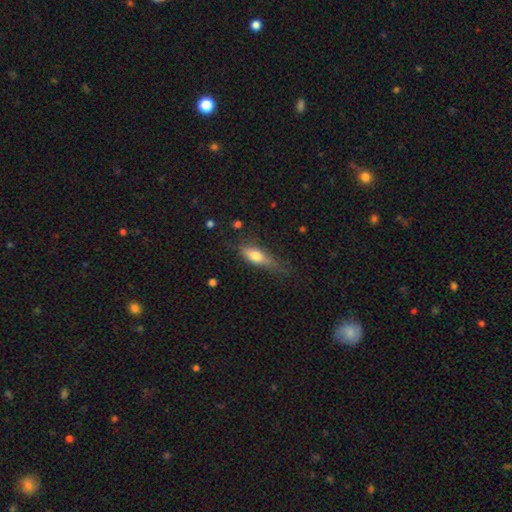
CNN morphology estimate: Smooth or featured?
  - smooth: 68% *
  - featured or disk: 24%
  - star or artifact: 7%
How rounded?
  - in between: 59% *
  - cigar-shaped: 37%
  - round: 4%
Merging?
  - none: 50% *
  - minor disturbance: 32%
  - major disturbance: 15%
  - merger: 2%